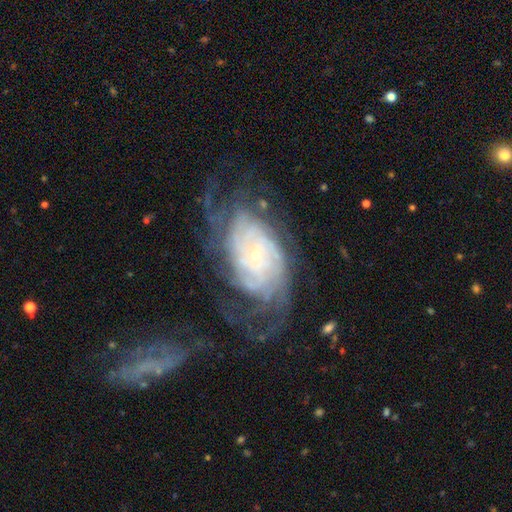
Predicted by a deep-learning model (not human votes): Q: Smooth or featured?
A: featured or disk (86%); runner-up: smooth (7%)
Q: Edge-on disk?
A: no (96%); runner-up: yes (4%)
Q: Bar?
A: no (73%); runner-up: weak (20%)
Q: Spiral arms?
A: yes (96%); runner-up: no (4%)
Q: Spiral winding?
A: tight (69%); runner-up: medium (23%)
Q: Spiral arm count?
A: can't tell (33%); runner-up: more than 4 (22%)
Q: Bulge size?
A: small (84%); runner-up: moderate (11%)
Q: Merging?
A: none (59%); runner-up: major disturbance (19%)